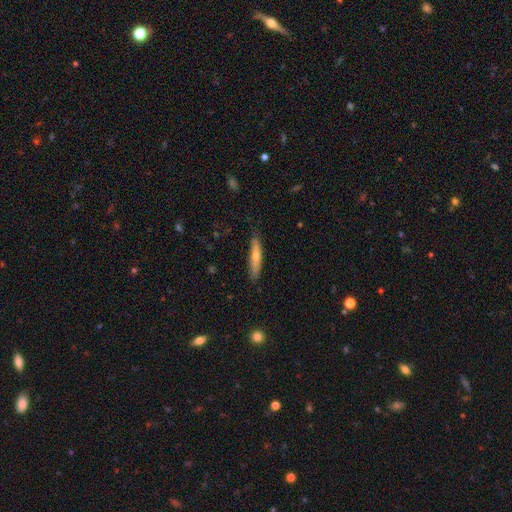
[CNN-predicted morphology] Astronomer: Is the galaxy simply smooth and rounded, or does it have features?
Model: smooth — 52% (runner-up: featured or disk, 42%).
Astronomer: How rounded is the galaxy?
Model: cigar-shaped — 89%.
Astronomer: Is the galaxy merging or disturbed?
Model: none — 85%.